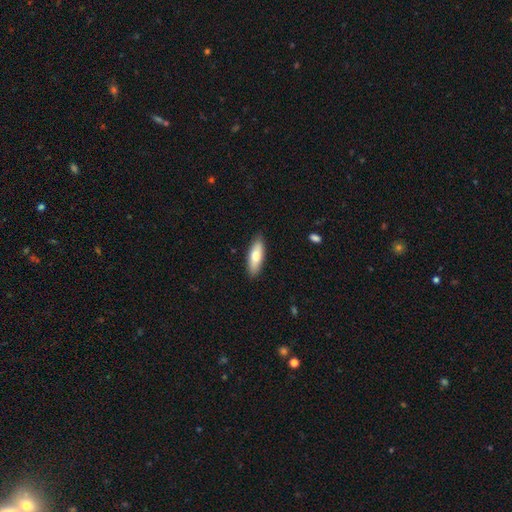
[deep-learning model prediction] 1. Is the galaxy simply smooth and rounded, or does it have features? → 76% smooth, 19% featured or disk, 5% star or artifact.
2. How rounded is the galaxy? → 61% in between, 37% cigar-shaped, 2% round.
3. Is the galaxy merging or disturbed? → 87% none, 10% minor disturbance, 2% major disturbance, 1% merger.